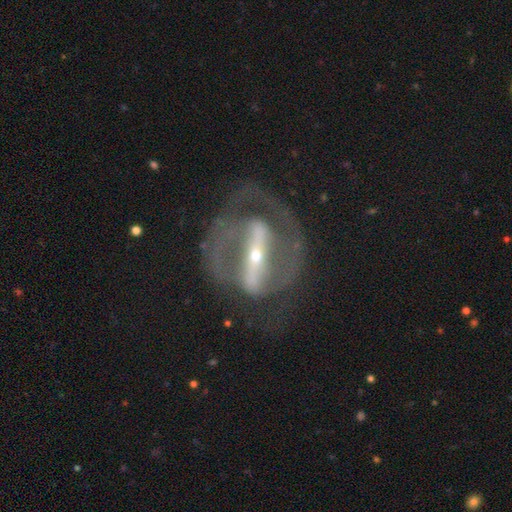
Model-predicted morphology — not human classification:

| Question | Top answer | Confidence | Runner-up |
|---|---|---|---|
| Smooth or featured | featured or disk | 87% | smooth (7%) |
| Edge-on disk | no | 89% | yes (11%) |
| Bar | strong | 79% | weak (13%) |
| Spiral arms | yes | 75% | no (25%) |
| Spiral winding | medium | 43% | tight (42%) |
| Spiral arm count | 2 | 73% | can't tell (15%) |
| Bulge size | small | 74% | moderate (21%) |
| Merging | none | 61% | major disturbance (21%) |